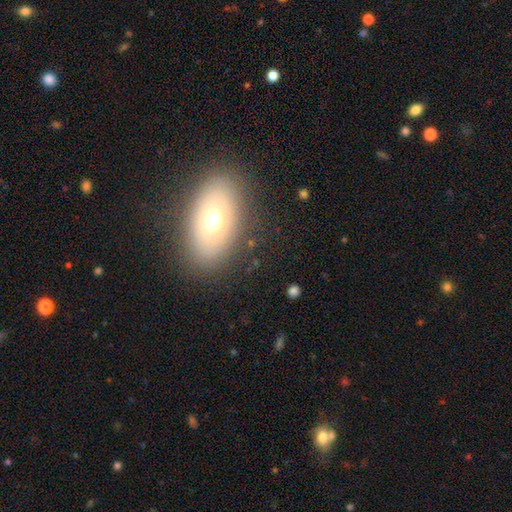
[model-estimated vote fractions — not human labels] smooth_or_featured: smooth (p=0.63) [alt: featured or disk p=0.25]
how_rounded: in between (p=0.86) [alt: round p=0.11]
merging: none (p=0.86) [alt: minor disturbance p=0.09]